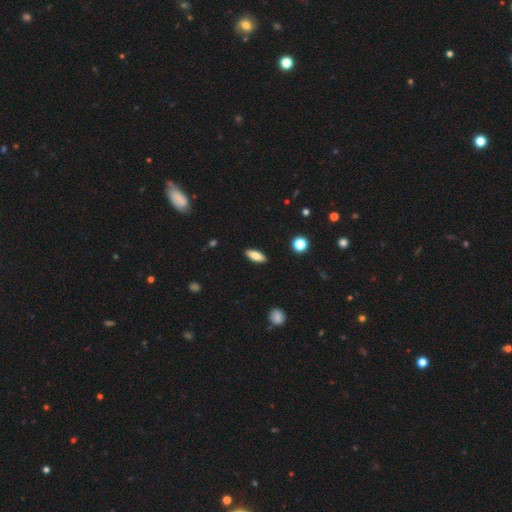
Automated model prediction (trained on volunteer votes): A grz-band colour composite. It shows a smooth galaxy with no disk features (81%) that is in between round and cigar-shaped (71%). Merging: none (89%).